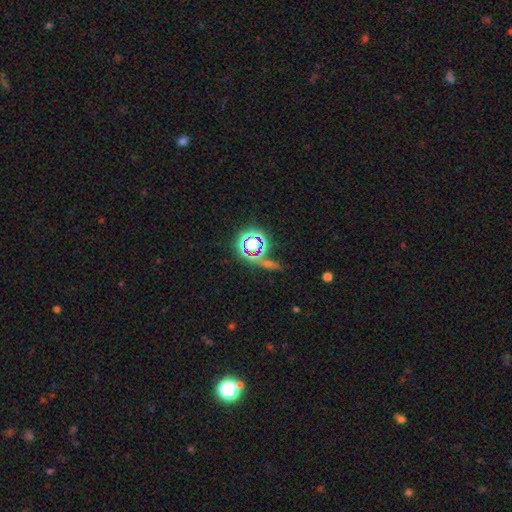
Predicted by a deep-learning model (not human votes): Morphology: type=star or artifact (71%).